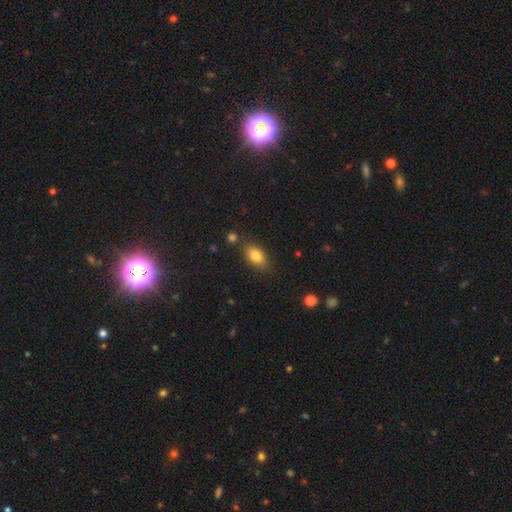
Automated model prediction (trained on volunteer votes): smooth 81%, featured or disk 10%, star or artifact 9%. Down the decision tree: how rounded — in between (85%); merging — none (76%).